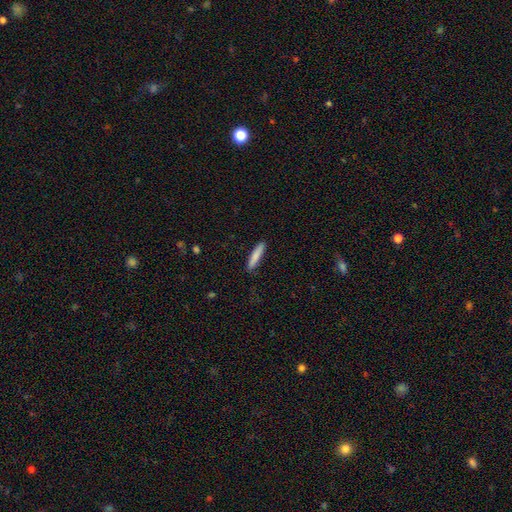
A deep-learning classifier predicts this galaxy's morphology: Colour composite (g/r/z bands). It shows a smooth galaxy with no disk features (82%) that is cigar-shaped (90%). Merging: none (90%).